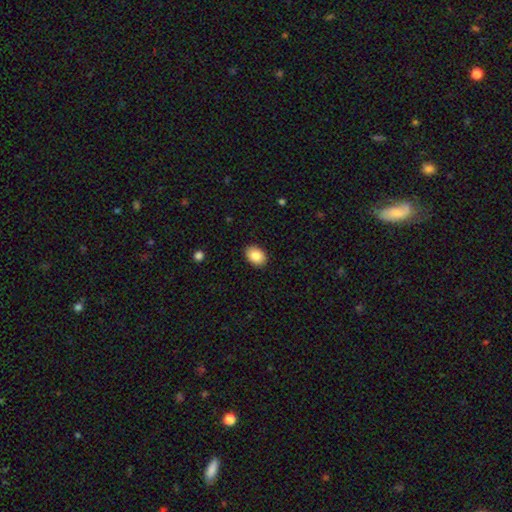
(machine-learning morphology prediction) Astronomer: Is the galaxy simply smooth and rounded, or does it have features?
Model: smooth — 86%.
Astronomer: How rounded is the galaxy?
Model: in between — 73%.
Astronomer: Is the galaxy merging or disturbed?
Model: none — 89%.